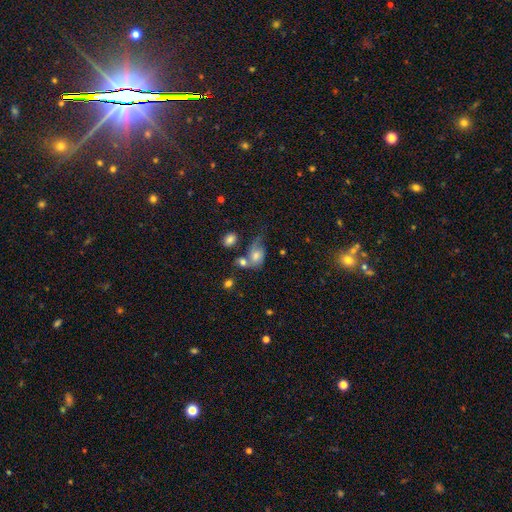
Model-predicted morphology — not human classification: smooth 59%, featured or disk 28%, star or artifact 13%. Down the decision tree: how rounded — in between (64%); merging — merger (26%, tied with none and major disturbance).